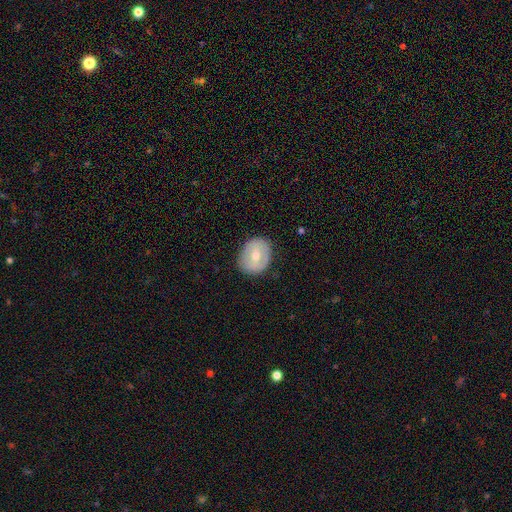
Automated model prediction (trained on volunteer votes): smooth-or-featured: smooth: 50% | featured or disk: 43% | star or artifact: 7%
  how-rounded: round: 59% | in between: 40% | cigar-shaped: 1%
  merging: none: 84% | minor disturbance: 12% | major disturbance: 3% | merger: 1%